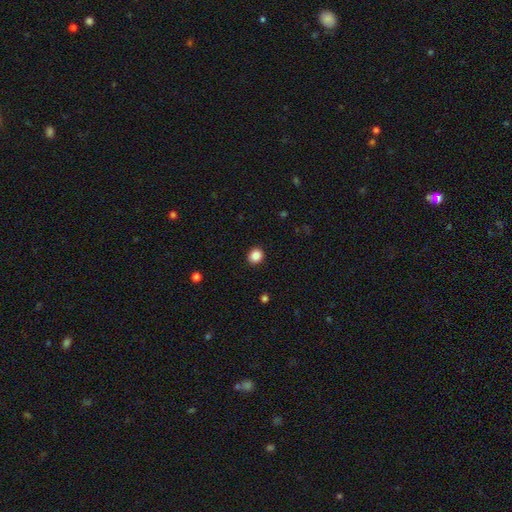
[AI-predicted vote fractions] smooth_or_featured: smooth (p=0.88) [alt: star or artifact p=0.10]
how_rounded: round (p=0.77) [alt: in between p=0.22]
merging: none (p=0.92) [alt: minor disturbance p=0.06]